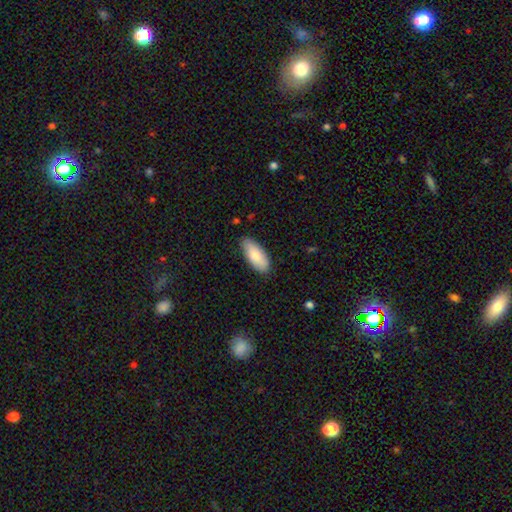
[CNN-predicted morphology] Smooth or featured? Predicted: smooth (p=0.80). How rounded? Predicted: in between (p=0.87). Merging? Predicted: none (p=0.83).